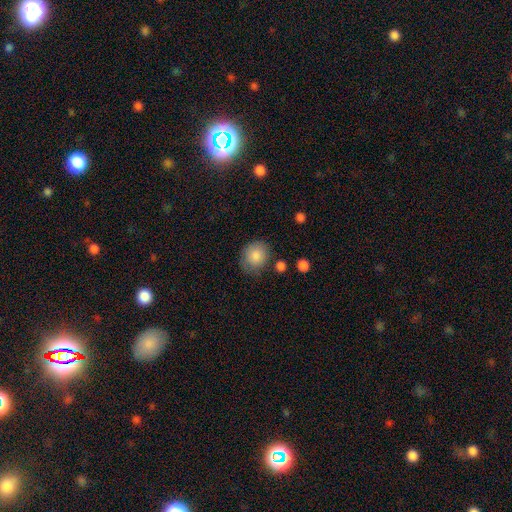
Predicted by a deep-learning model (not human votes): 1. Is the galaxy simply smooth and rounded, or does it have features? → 86% smooth, 8% star or artifact, 6% featured or disk.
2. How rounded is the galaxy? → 70% round, 30% in between, 1% cigar-shaped.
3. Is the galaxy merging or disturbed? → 75% none, 17% minor disturbance, 5% major disturbance, 4% merger.